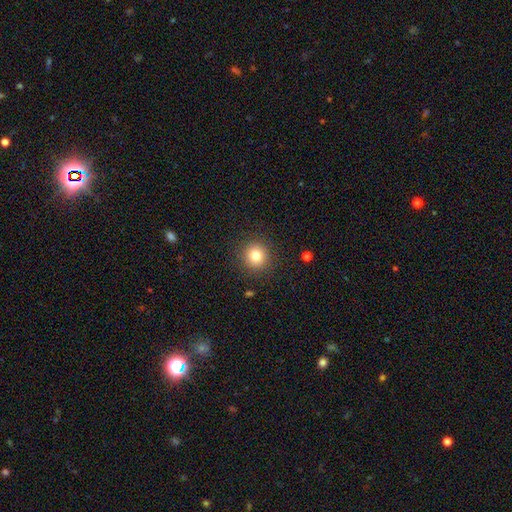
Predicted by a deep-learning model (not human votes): A smooth galaxy with no disk features (79%) that is round (93%).

Vote fractions:
- Smooth or featured? smooth: 79% / star or artifact: 12% / featured or disk: 8%
- How rounded? round: 93% / in between: 6% / cigar-shaped: 1%
- Merging? none: 90% / minor disturbance: 6% / major disturbance: 2% / merger: 1%